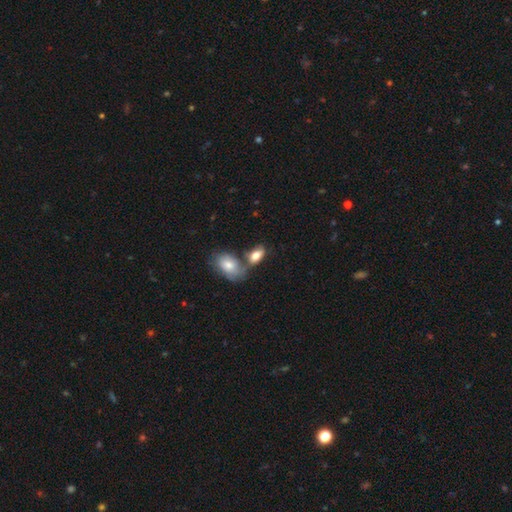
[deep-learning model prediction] smooth_or_featured: smooth (p=0.78) [alt: featured or disk p=0.15]
how_rounded: in between (p=0.90) [alt: round p=0.05]
merging: merger (p=0.41) [alt: none p=0.40]